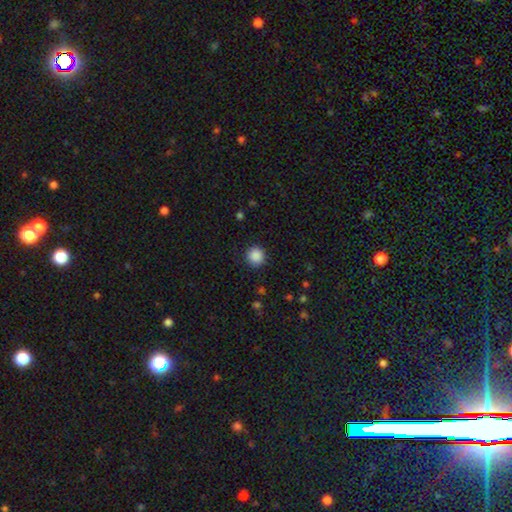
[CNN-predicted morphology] Smooth or featured? Predicted: smooth (p=0.88). How rounded? Predicted: round (p=0.94). Merging? Predicted: none (p=0.91).